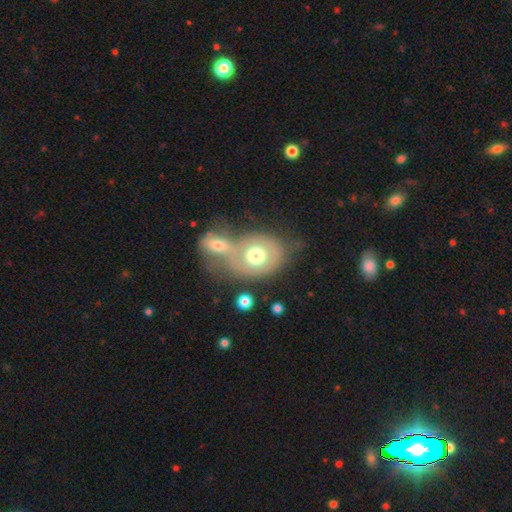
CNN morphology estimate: Smooth or featured?
  - smooth: 53% *
  - featured or disk: 40%
  - star or artifact: 7%
How rounded?
  - round: 53% *
  - in between: 46%
  - cigar-shaped: 1%
Merging?
  - merger: 53% *
  - none: 26%
  - minor disturbance: 11%
  - major disturbance: 10%